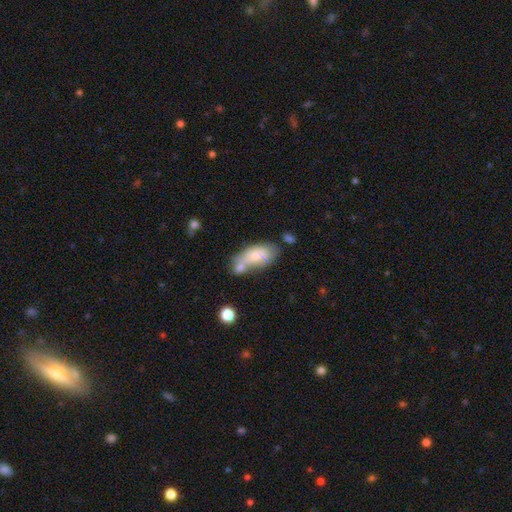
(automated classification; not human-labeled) Morphology: type=smooth (71%); roundness=in between (88%); merging=merger (39%).